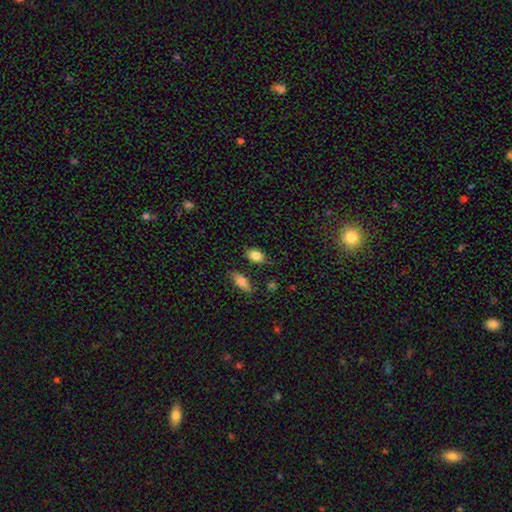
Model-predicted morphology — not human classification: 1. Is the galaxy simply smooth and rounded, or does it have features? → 83% smooth, 9% featured or disk, 8% star or artifact.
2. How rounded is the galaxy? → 82% in between, 15% round, 3% cigar-shaped.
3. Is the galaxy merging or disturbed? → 79% none, 14% minor disturbance, 4% merger, 3% major disturbance.